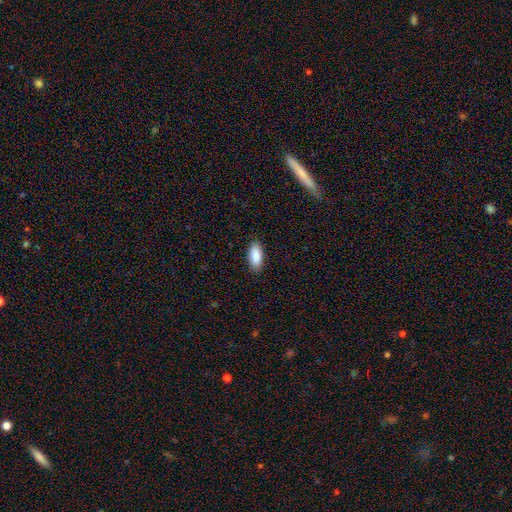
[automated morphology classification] A smooth galaxy with no disk features (89%) that is in between round and cigar-shaped (85%). Merging: none (89%).